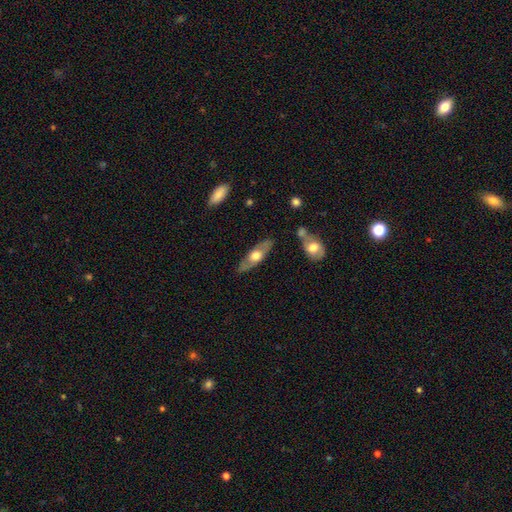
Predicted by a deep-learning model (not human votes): smooth_or_featured: featured or disk (p=0.53) [alt: smooth p=0.42]
disk_edge_on: yes (p=0.58) [alt: no p=0.42]
merging: none (p=0.80) [alt: minor disturbance p=0.14]